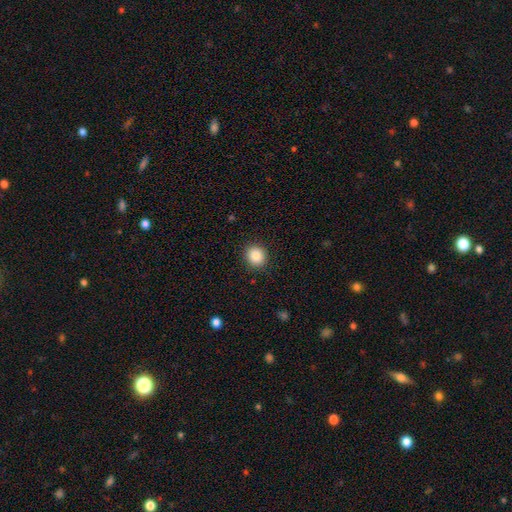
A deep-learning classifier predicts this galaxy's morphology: type=smooth (86%); roundness=round (79%); merging=none (90%).